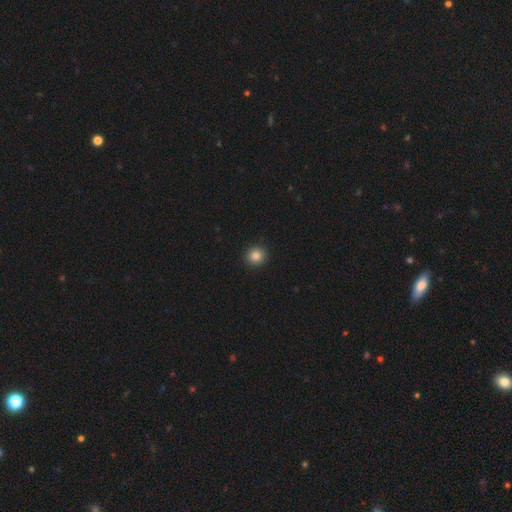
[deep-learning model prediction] Q: Smooth or featured?
A: smooth (85%); runner-up: star or artifact (11%)
Q: How rounded?
A: round (93%); runner-up: in between (6%)
Q: Merging?
A: none (93%); runner-up: minor disturbance (5%)